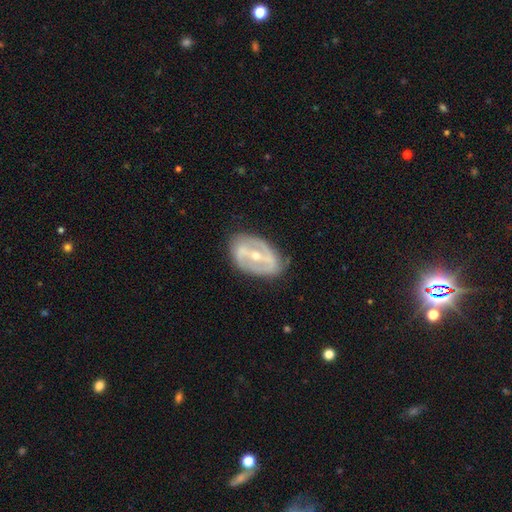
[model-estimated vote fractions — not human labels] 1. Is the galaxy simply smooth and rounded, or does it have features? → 82% featured or disk, 12% smooth, 5% star or artifact.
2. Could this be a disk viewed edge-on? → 94% no, 6% yes.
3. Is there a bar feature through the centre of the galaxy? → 58% strong, 29% weak, 13% no.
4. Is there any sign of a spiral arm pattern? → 69% yes, 31% no.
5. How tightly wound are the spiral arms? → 40% medium, 38% tight, 22% loose.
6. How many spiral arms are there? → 78% 2, 14% can't tell, 3% 1, 2% 3, 1% 4, 1% more than 4.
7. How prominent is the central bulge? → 54% small, 44% moderate, 1% large, 1% none, 1% dominant.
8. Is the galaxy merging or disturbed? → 77% none, 16% minor disturbance, 5% major disturbance, 1% merger.